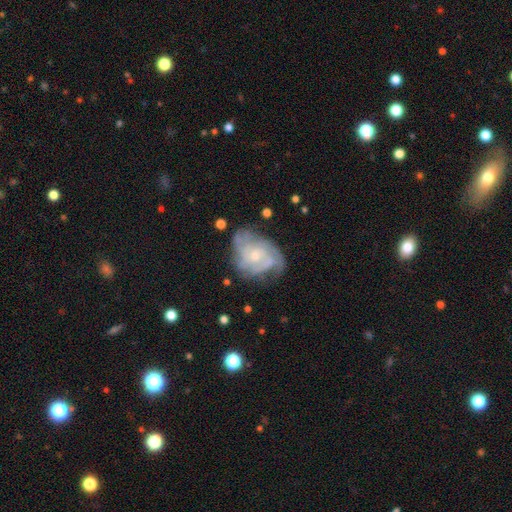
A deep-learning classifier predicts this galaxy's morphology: Smooth or featured? featured or disk (81%)
Edge-on disk? no (97%)
Bar? no (73%)
Spiral arms? yes (92%)
Spiral winding? tight (54%)
Spiral arm count? can't tell (34%)
Bulge size? small (57%)
Merging? none (61%)